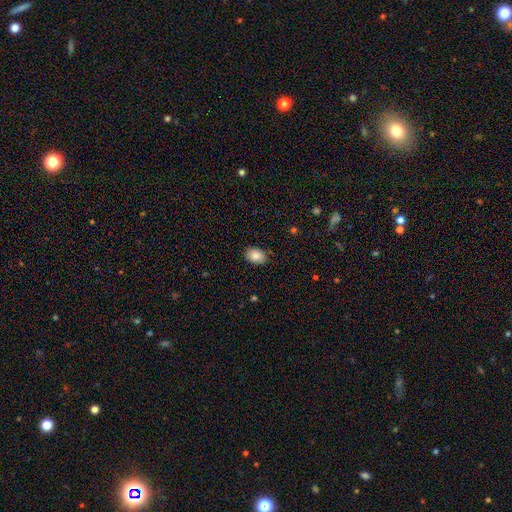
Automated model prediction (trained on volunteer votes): A smooth galaxy with no disk features (85%) that is in between round and cigar-shaped (78%). Merging: none (85%).